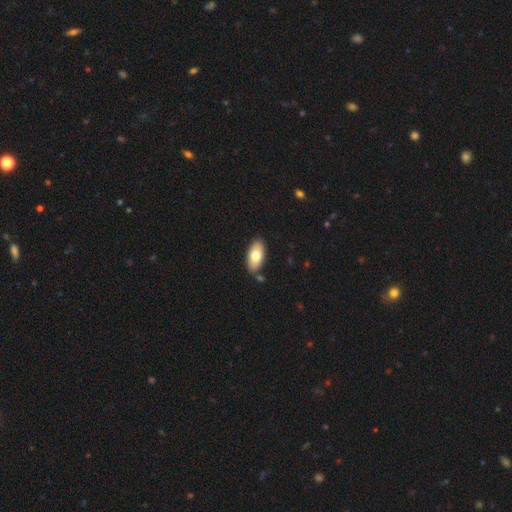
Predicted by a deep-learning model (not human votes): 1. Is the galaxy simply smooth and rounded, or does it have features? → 75% smooth, 18% featured or disk, 7% star or artifact.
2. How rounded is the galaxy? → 93% in between, 5% cigar-shaped, 3% round.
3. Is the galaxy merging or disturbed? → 80% none, 12% minor disturbance, 5% merger, 2% major disturbance.